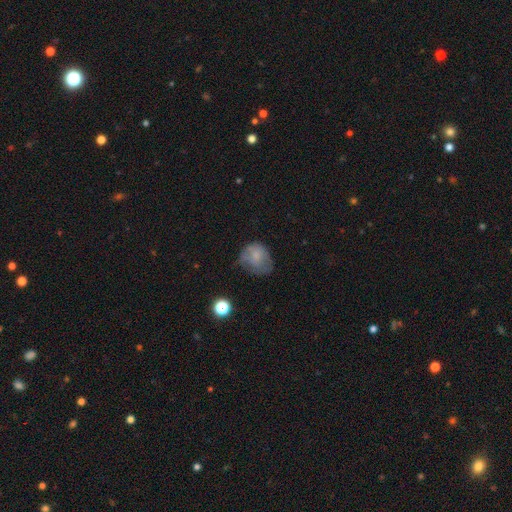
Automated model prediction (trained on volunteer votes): Overall: smooth (70%). How rounded: round (59%; in between 40%). Merging: none (40%; minor disturbance 36%).